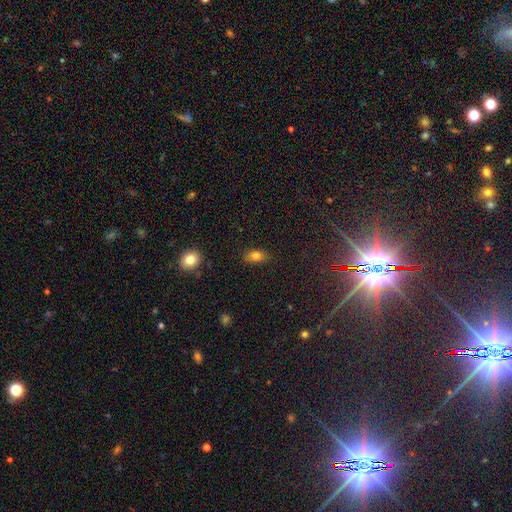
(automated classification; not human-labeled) A smooth galaxy with no disk features (80%) that is in between round and cigar-shaped (82%).

Vote fractions:
- Smooth or featured? smooth: 80% / star or artifact: 11% / featured or disk: 9%
- How rounded? in between: 82% / round: 14% / cigar-shaped: 4%
- Merging? none: 83% / minor disturbance: 13% / major disturbance: 3% / merger: 1%